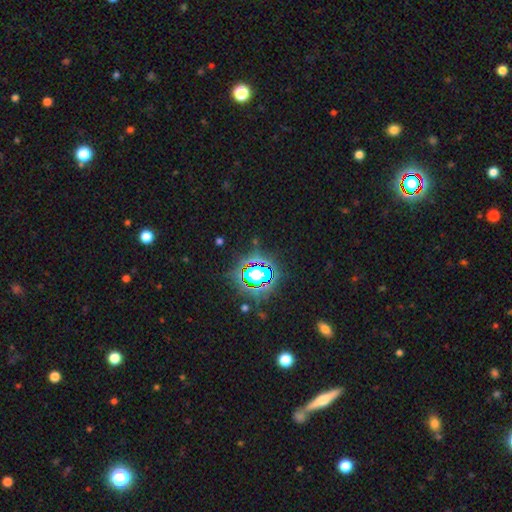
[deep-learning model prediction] star or artifact 80%, smooth 12%, featured or disk 8%.